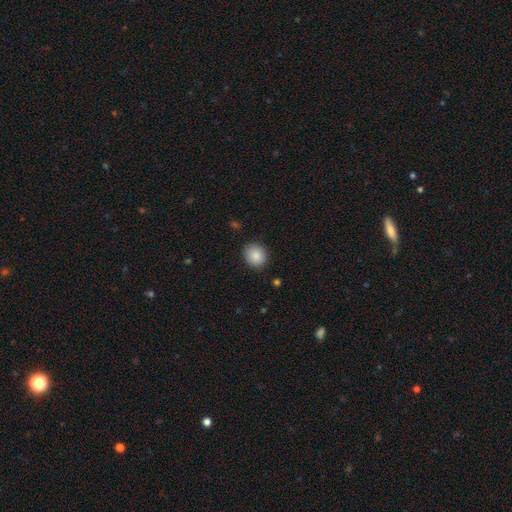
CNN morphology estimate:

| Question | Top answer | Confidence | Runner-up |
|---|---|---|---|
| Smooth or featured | smooth | 88% | star or artifact (8%) |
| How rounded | round | 71% | in between (28%) |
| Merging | none | 87% | minor disturbance (9%) |